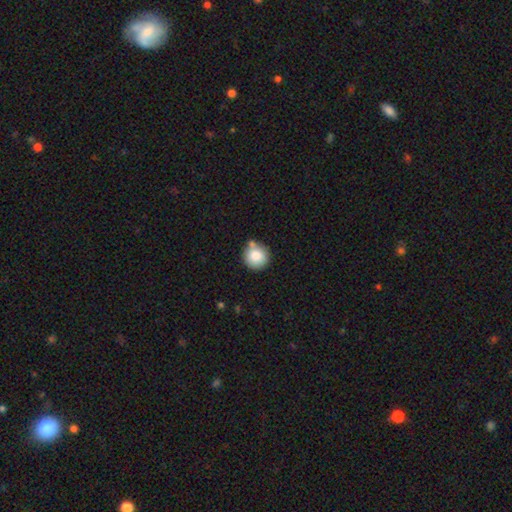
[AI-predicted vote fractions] smooth_or_featured: smooth (p=0.83) [alt: star or artifact p=0.09]
how_rounded: round (p=0.93) [alt: in between p=0.06]
merging: none (p=0.71) [alt: merger p=0.14]